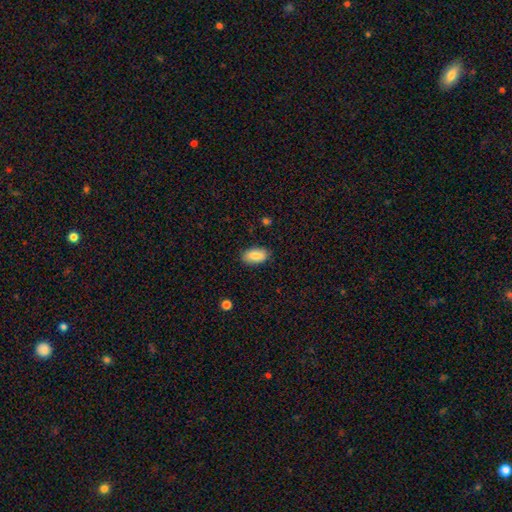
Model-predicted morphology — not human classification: Smooth or featured: smooth — 85% (featured or disk — 8%)
How rounded: in between — 93% (round — 4%)
Merging: none — 86% (minor disturbance — 11%)